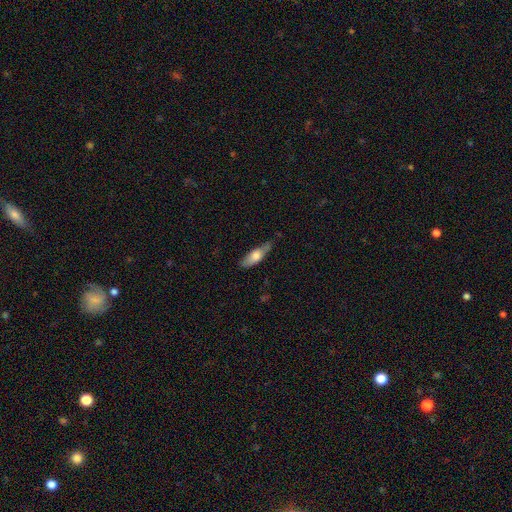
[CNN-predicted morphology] Overall: smooth (64%; featured or disk 30%). How rounded: in between (54%; cigar-shaped 43%). Merging: none (63%; minor disturbance 29%).